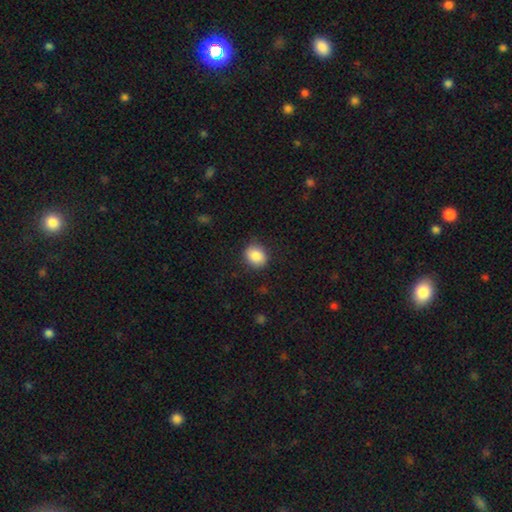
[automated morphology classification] Smooth or featured? Predicted: smooth (p=0.86). How rounded? Predicted: round (p=0.61). Merging? Predicted: none (p=0.84).